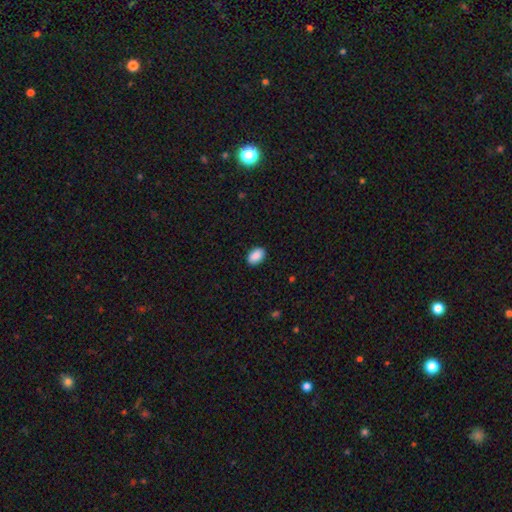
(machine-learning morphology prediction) Smooth or featured? Predicted: smooth (p=0.90). How rounded? Predicted: in between (p=0.88). Merging? Predicted: none (p=0.89).